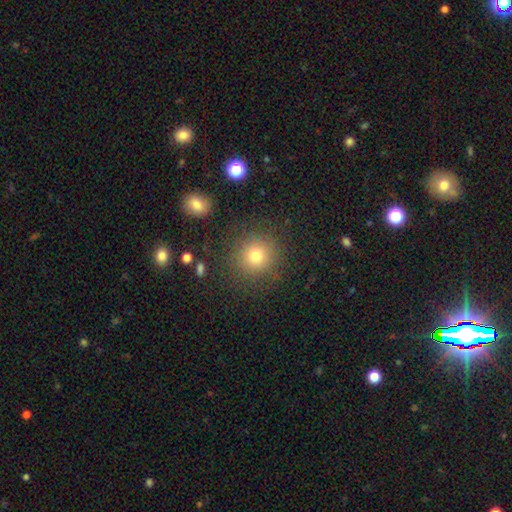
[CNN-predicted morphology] A smooth galaxy with no disk features (75%) that is round (93%).

Vote fractions:
- Smooth or featured? smooth: 75% / star or artifact: 15% / featured or disk: 9%
- How rounded? round: 93% / in between: 6% / cigar-shaped: 1%
- Merging? none: 87% / minor disturbance: 8% / major disturbance: 4% / merger: 2%